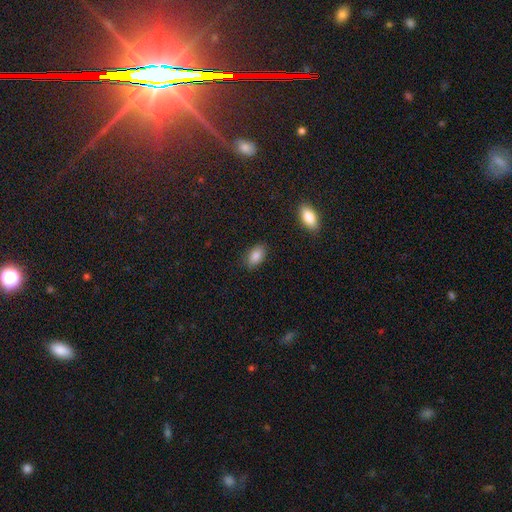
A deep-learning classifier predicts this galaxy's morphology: Q: Smooth or featured?
A: smooth (87%); runner-up: star or artifact (8%)
Q: How rounded?
A: in between (92%); runner-up: round (6%)
Q: Merging?
A: none (85%); runner-up: minor disturbance (11%)